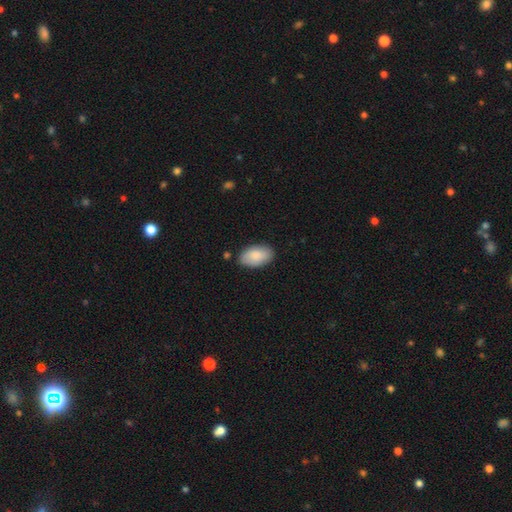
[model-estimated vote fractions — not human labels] This appears to be a smooth galaxy with no disk features (86%) that is in between round and cigar-shaped (95%). Merging: none (83%).